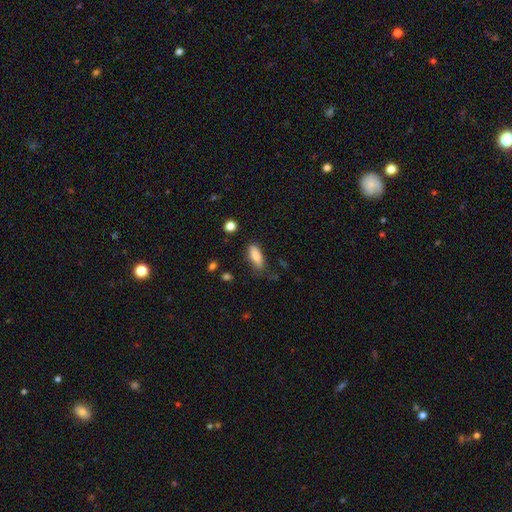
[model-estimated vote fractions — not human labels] This is clearly a smooth galaxy (81%). How rounded: likely in between (75%). Merging: likely none (72%).